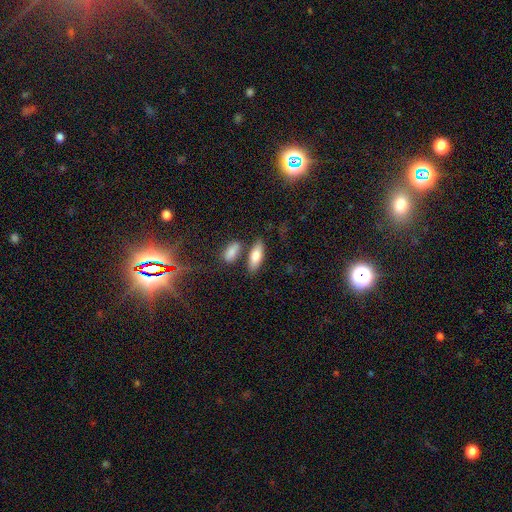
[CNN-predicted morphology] Overall: smooth (80%). How rounded: in between (71%). Merging: none (67%).